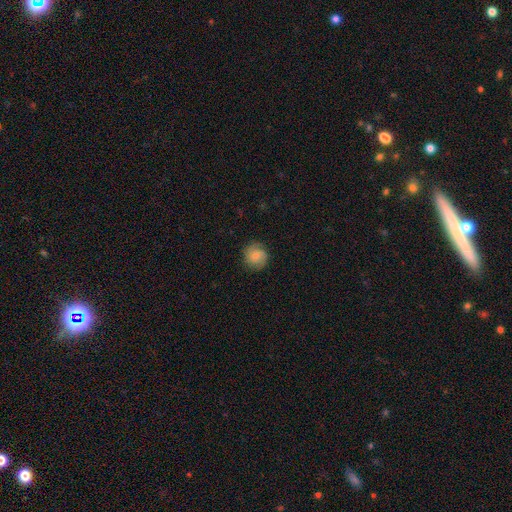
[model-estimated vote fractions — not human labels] smooth 55%, featured or disk 37%, star or artifact 8%. Down the decision tree: how rounded — round (88%); merging — none (81%).